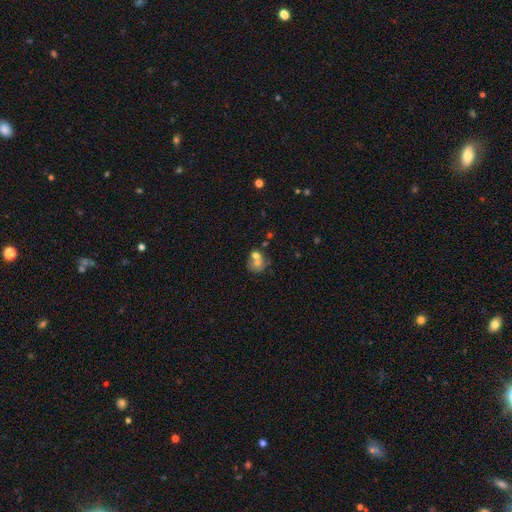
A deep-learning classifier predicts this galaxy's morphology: smooth 53%, featured or disk 33%, star or artifact 14%. Down the decision tree: how rounded — round (71%); merging — merger (40%).